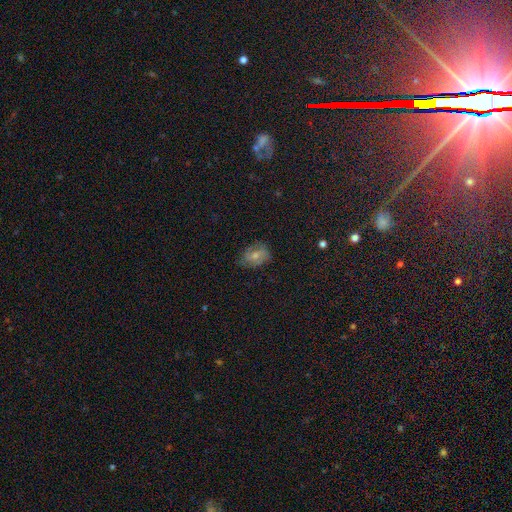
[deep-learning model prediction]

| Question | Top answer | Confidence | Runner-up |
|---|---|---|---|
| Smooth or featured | smooth | 54% | featured or disk (35%) |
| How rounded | in between | 74% | round (25%) |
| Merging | none | 65% | minor disturbance (25%) |